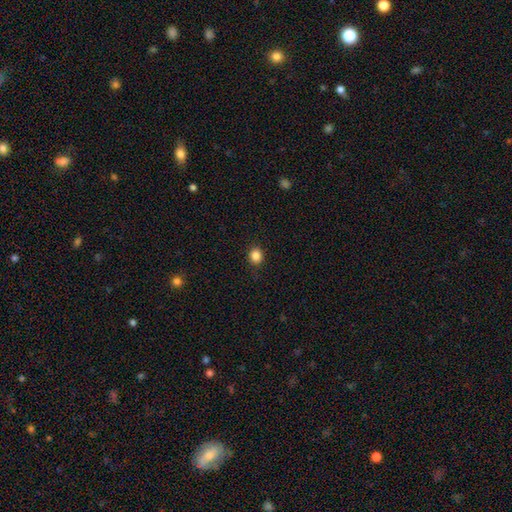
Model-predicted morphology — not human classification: A smooth galaxy with no disk features (85%) that is round (78%).

Vote fractions:
- Smooth or featured? smooth: 85% / star or artifact: 11% / featured or disk: 4%
- How rounded? round: 78% / in between: 21% / cigar-shaped: 1%
- Merging? none: 91% / minor disturbance: 6% / major disturbance: 2% / merger: 1%